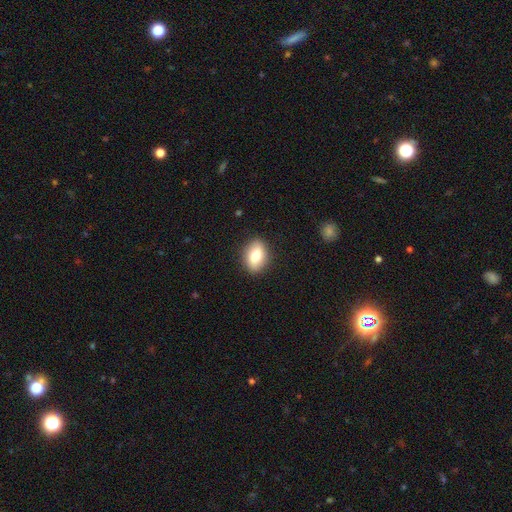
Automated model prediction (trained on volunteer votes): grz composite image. It shows a smooth galaxy with no disk features (77%) that is in between round and cigar-shaped (80%). Merging: none (88%).